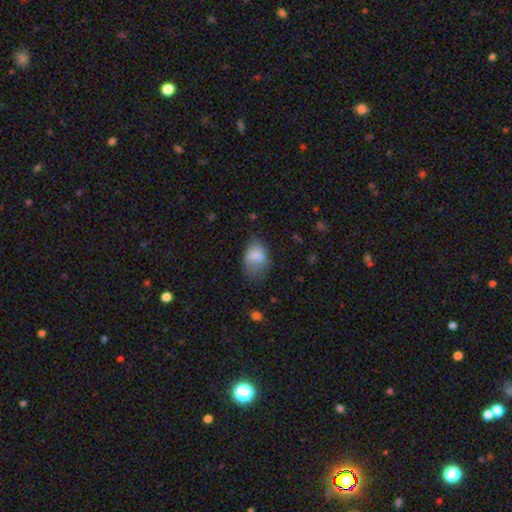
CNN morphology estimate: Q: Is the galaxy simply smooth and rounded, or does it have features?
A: smooth — 79%.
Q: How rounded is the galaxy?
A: in between — 78%.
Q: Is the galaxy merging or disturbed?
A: none — 42%.